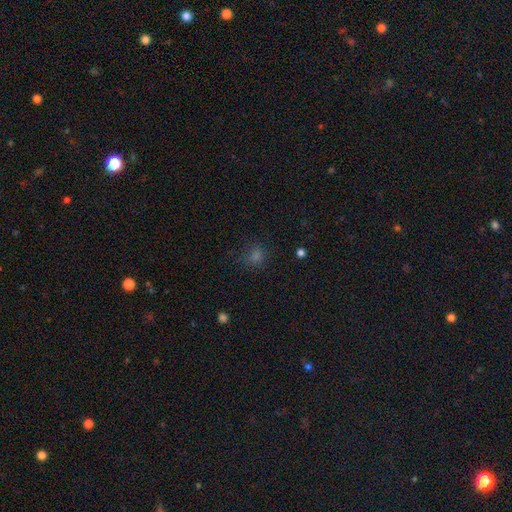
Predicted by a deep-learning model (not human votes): Smooth or featured: smooth — 62% (star or artifact — 30%)
How rounded: round — 81% (in between — 18%)
Merging: none — 77% (minor disturbance — 14%)